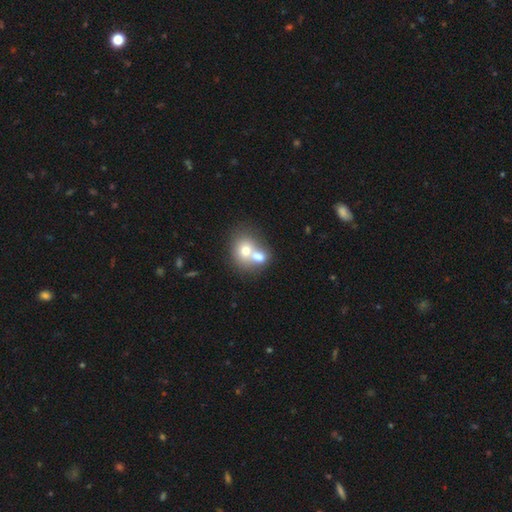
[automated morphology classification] Smooth or featured? smooth (65%)
How rounded? round (63%)
Merging? merger (67%)